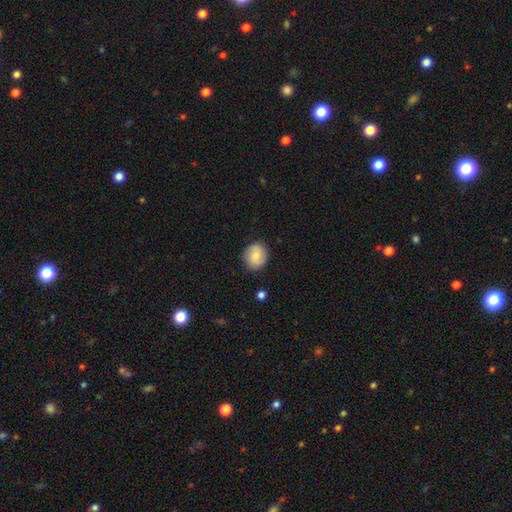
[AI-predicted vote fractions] A smooth galaxy with no disk features (74%) that is round (77%). Merging: none (85%).